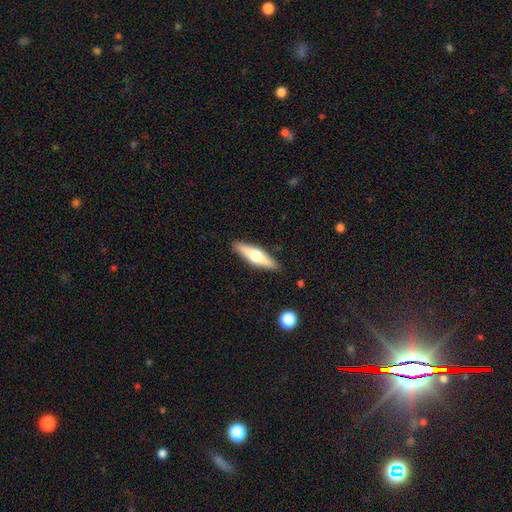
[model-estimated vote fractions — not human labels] Smooth or featured: featured or disk — 50% (smooth — 44%)
Edge-on disk: yes — 93% (no — 7%)
Merging: none — 89% (minor disturbance — 8%)